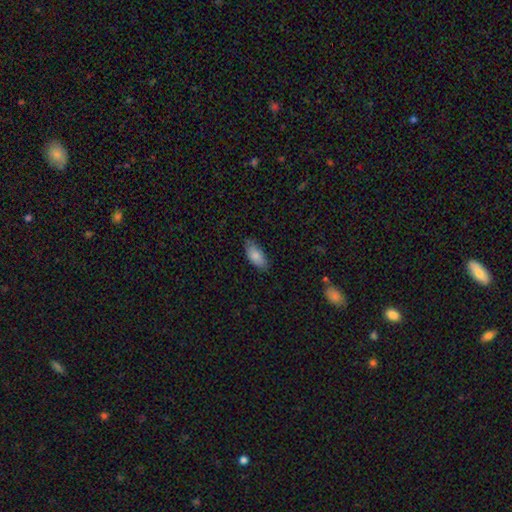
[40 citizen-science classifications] Morphology: type=smooth (90%); roundness=in between (89%); merging=none (76%).